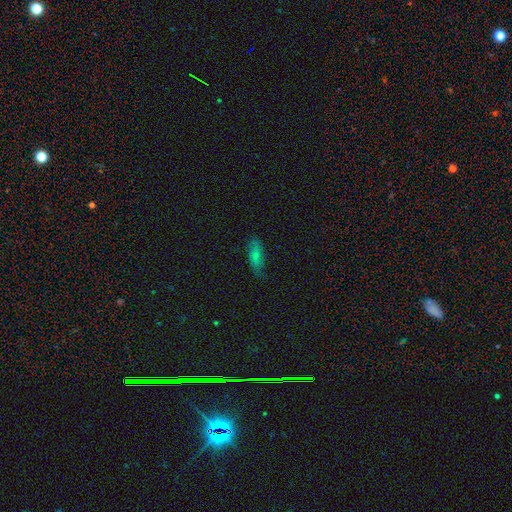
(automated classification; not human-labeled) Overall: smooth (70%). How rounded: in between (73%). Merging: none (68%).